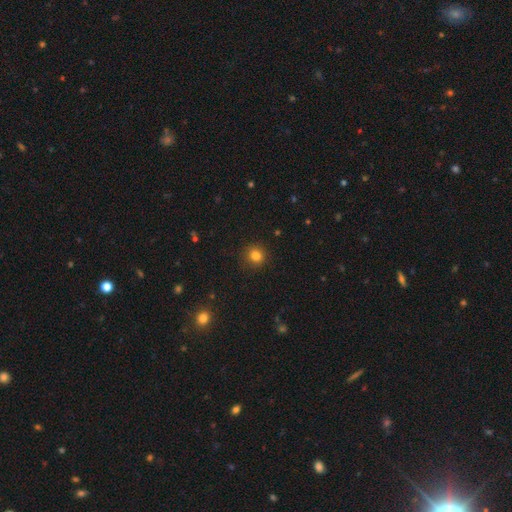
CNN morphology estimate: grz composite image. It shows a smooth galaxy with no disk features (82%) that is round (90%). Merging: none (90%).